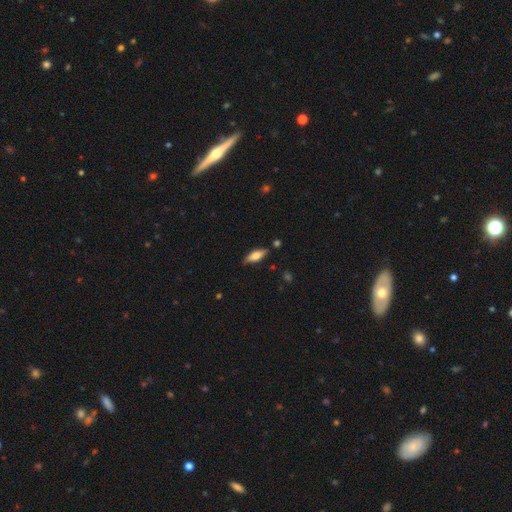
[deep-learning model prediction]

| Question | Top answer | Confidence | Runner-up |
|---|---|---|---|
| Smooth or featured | smooth | 59% | featured or disk (34%) |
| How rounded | in between | 59% | cigar-shaped (39%) |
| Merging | none | 82% | minor disturbance (13%) |